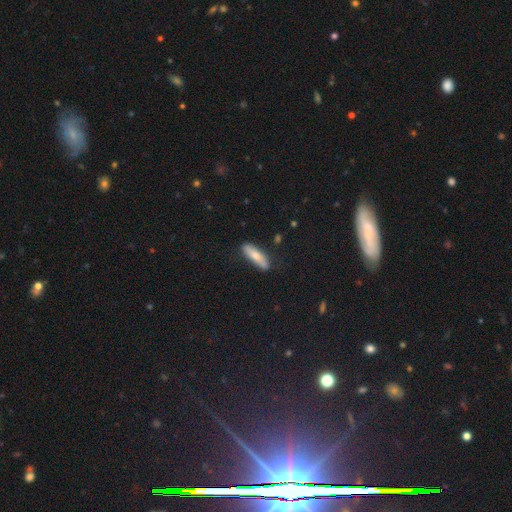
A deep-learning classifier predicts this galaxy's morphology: Overall: smooth (65%; featured or disk 29%). How rounded: cigar-shaped (63%; in between 35%). Merging: none (80%).